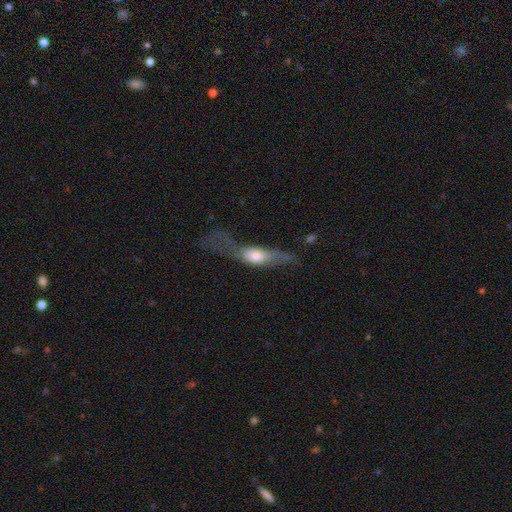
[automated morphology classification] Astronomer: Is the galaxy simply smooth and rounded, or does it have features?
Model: smooth — 48% (runner-up: featured or disk, 45%).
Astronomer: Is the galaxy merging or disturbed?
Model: major disturbance — 46% (runner-up: none, 28%).